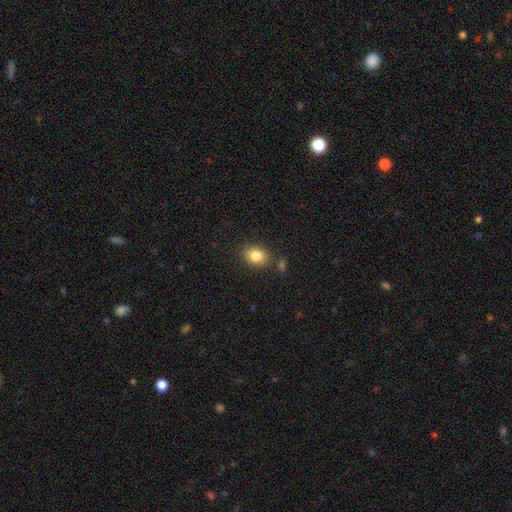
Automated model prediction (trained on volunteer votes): smooth 84%, star or artifact 9%, featured or disk 7%. Down the decision tree: how rounded — in between (62%); merging — none (81%).